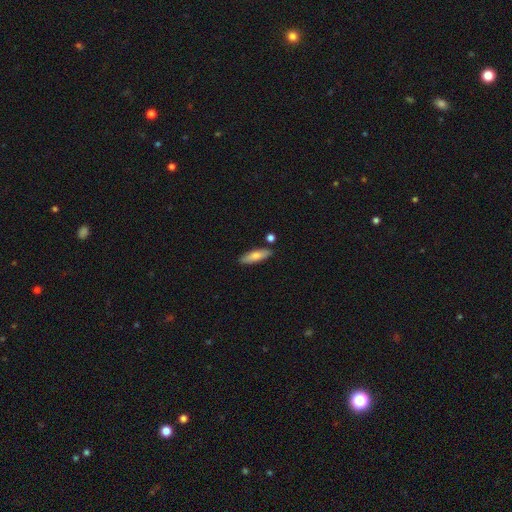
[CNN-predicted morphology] type=smooth (76%); roundness=cigar-shaped (55%); merging=none (83%).